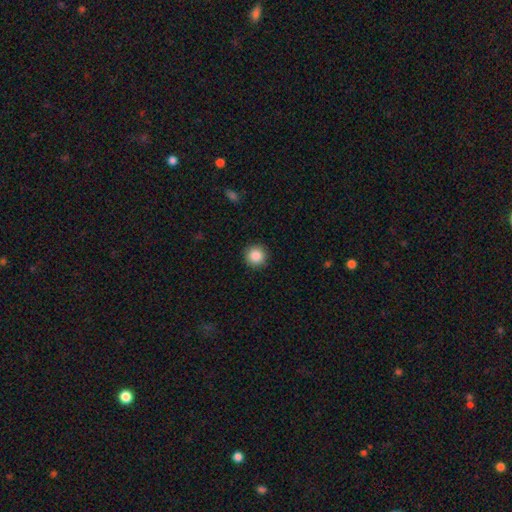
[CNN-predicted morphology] A smooth galaxy with no disk features (87%) that is round (95%).

Vote fractions:
- Smooth or featured? smooth: 87% / star or artifact: 9% / featured or disk: 4%
- How rounded? round: 95% / in between: 4% / cigar-shaped: 1%
- Merging? none: 91% / minor disturbance: 6% / major disturbance: 2% / merger: 1%